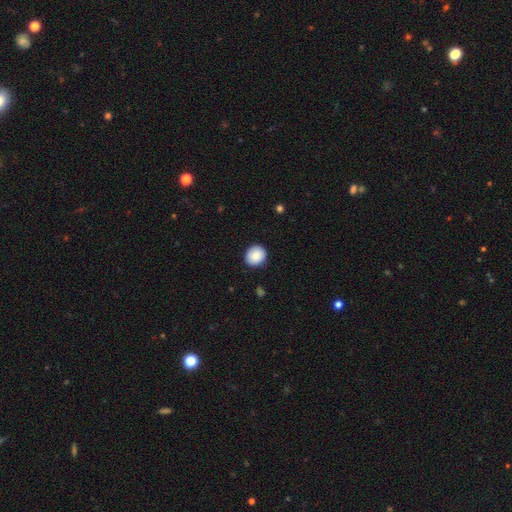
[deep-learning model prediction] smooth 89%, star or artifact 7%, featured or disk 4%. Down the decision tree: how rounded — round (81%); merging — none (90%).